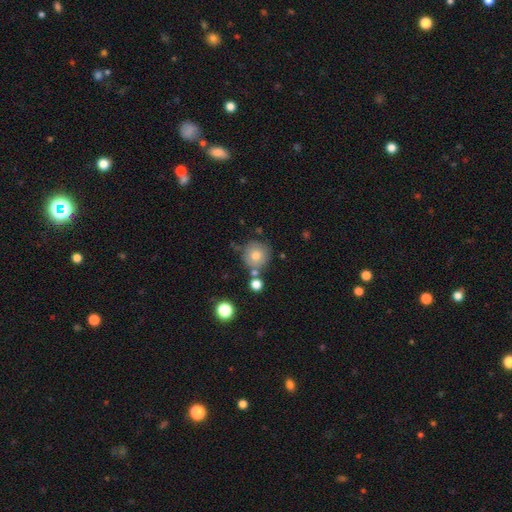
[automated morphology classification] smooth_or_featured: smooth (p=0.73) [alt: featured or disk p=0.16]
how_rounded: round (p=0.92) [alt: in between p=0.07]
merging: none (p=0.70) [alt: minor disturbance p=0.14]